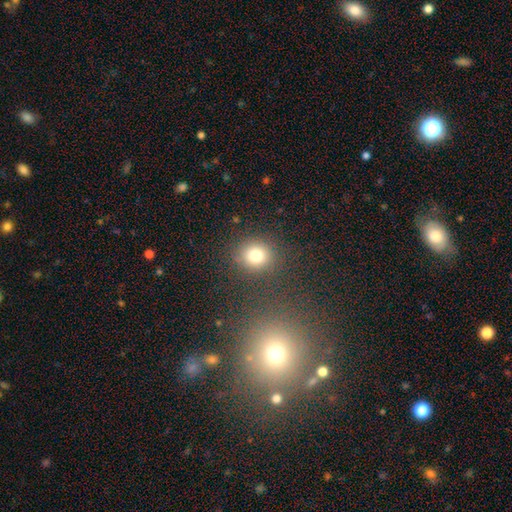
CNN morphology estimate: smooth 77%, star or artifact 15%, featured or disk 8%. Down the decision tree: how rounded — round (84%); merging — none (84%).